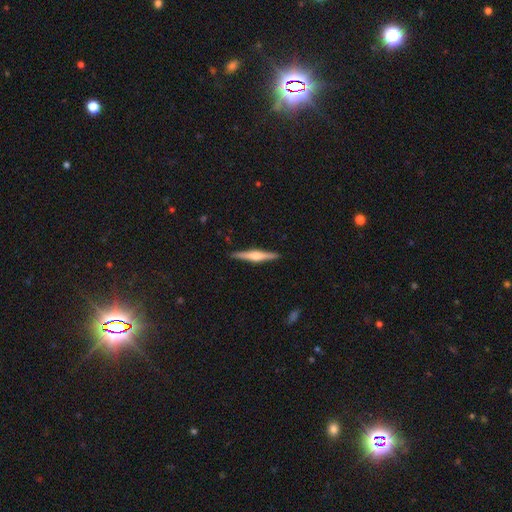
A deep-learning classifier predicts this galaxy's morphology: smooth-or-featured: featured or disk: 68% | smooth: 26% | star or artifact: 5%
  disk-edge-on: yes: 98% | no: 2%
    edge-on-bulge: rounded: 79% | boxy: 14% | none: 7%
  merging: none: 91% | minor disturbance: 6% | major disturbance: 1% | merger: 1%